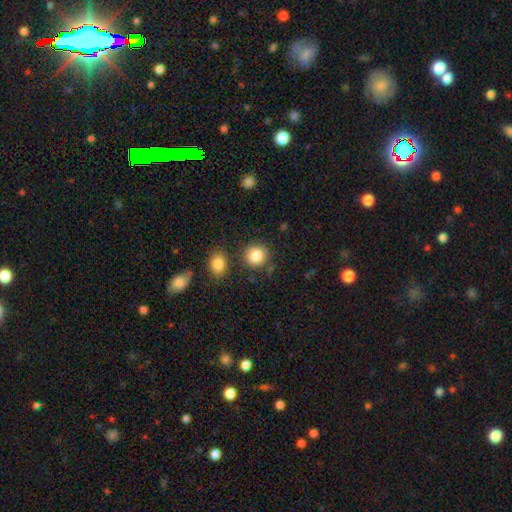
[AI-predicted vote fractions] smooth-or-featured: smooth: 86% | star or artifact: 9% | featured or disk: 5%
  how-rounded: round: 89% | in between: 10% | cigar-shaped: 1%
  merging: none: 80% | minor disturbance: 9% | merger: 7% | major disturbance: 3%